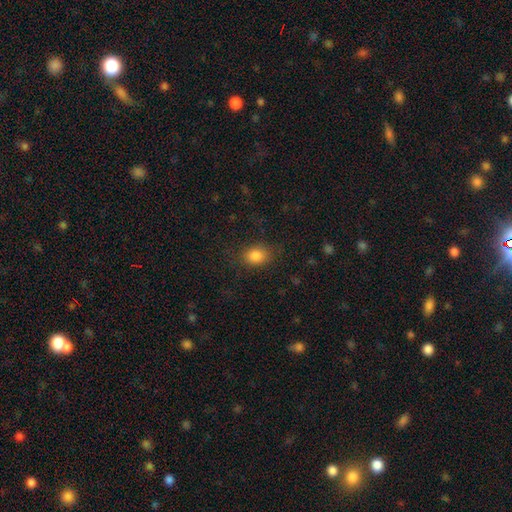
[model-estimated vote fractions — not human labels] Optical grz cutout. It shows a smooth galaxy with no disk features (83%) that is in between round and cigar-shaped (56%). Merging: none (81%).